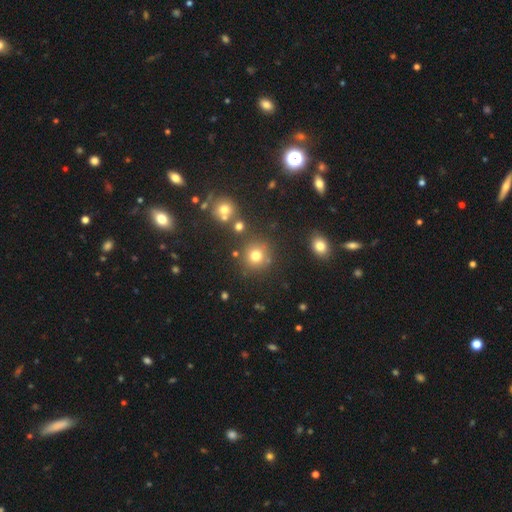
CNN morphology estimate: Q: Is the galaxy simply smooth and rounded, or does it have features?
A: smooth — 75%.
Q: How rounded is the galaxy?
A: round — 91%.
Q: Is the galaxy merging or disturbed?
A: none — 80%.